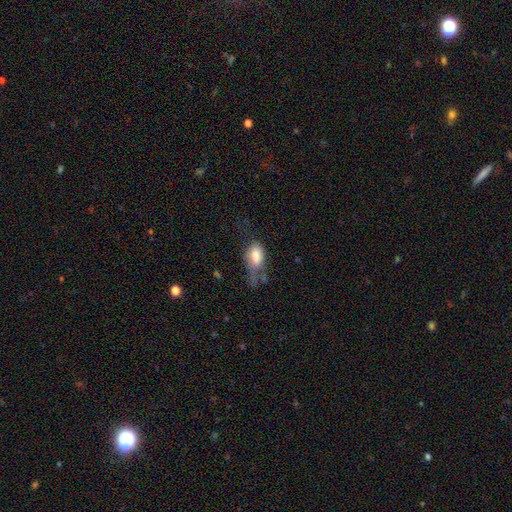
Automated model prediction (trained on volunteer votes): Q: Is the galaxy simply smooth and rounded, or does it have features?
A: smooth — 76%.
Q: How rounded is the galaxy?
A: in between — 90%.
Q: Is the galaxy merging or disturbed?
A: major disturbance — 42%.